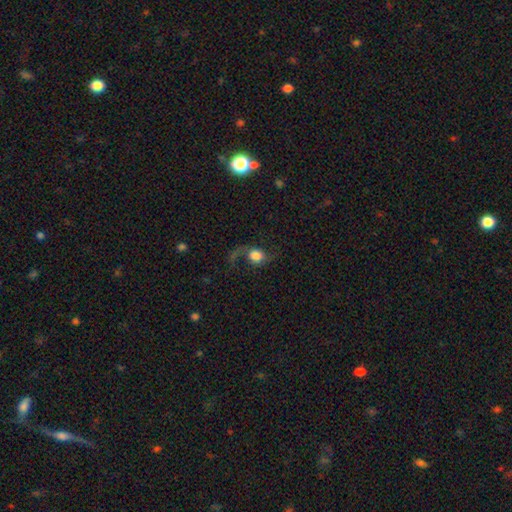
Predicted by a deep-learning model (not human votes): A featured or disk galaxy (48%).

Vote fractions:
- Smooth or featured? featured or disk: 48% / smooth: 42% / star or artifact: 11%
- Merging? none: 49% / major disturbance: 31% / minor disturbance: 17% / merger: 4%